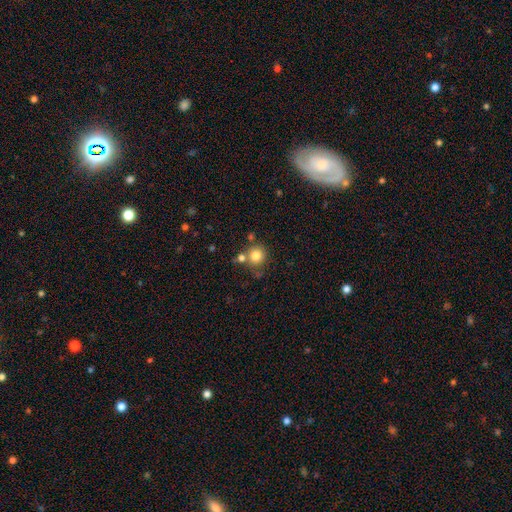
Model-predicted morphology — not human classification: Q: Smooth or featured?
A: smooth (81%); runner-up: star or artifact (12%)
Q: How rounded?
A: round (91%); runner-up: in between (8%)
Q: Merging?
A: none (70%); runner-up: merger (17%)